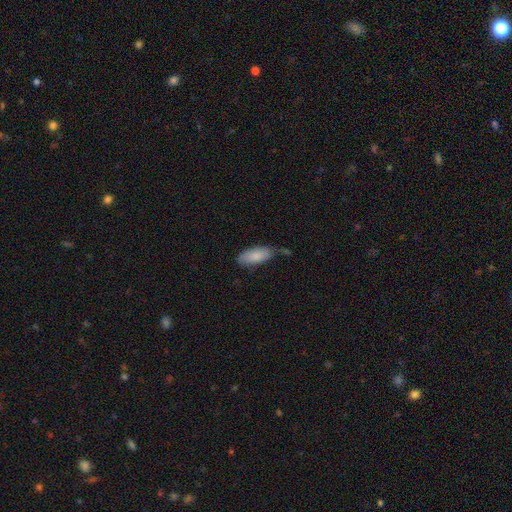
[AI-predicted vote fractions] Smooth or featured: smooth — 83% (featured or disk — 11%)
How rounded: in between — 83% (cigar-shaped — 16%)
Merging: none — 58% (minor disturbance — 29%)